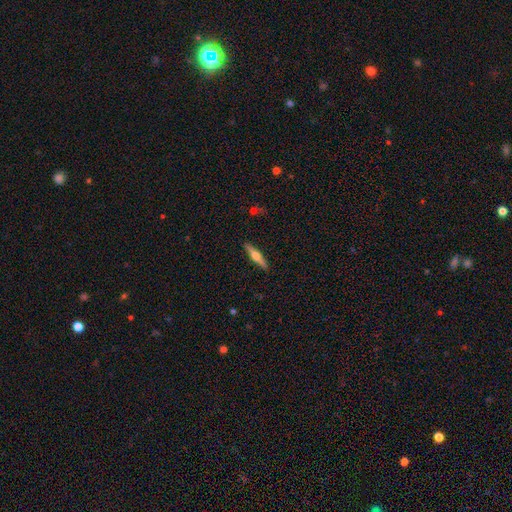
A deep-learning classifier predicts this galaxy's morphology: featured or disk 56%, smooth 38%, star or artifact 5%. Down the decision tree: edge-on disk — yes (96%); edge-on bulge — rounded (93%); merging — none (90%).